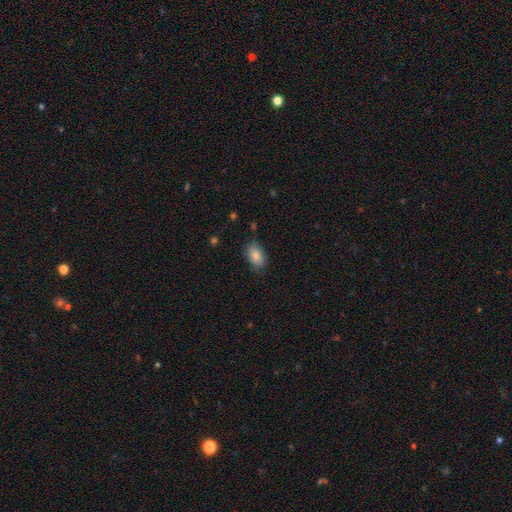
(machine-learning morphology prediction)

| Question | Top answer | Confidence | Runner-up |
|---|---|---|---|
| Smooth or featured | smooth | 85% | star or artifact (8%) |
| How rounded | in between | 87% | round (12%) |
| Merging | none | 77% | minor disturbance (18%) |